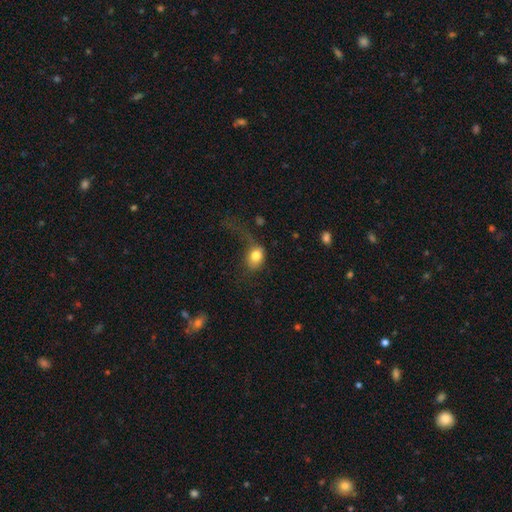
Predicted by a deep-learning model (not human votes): Overall: smooth (78%). How rounded: in between (63%; round 35%). Merging: major disturbance (48%; none 27%).